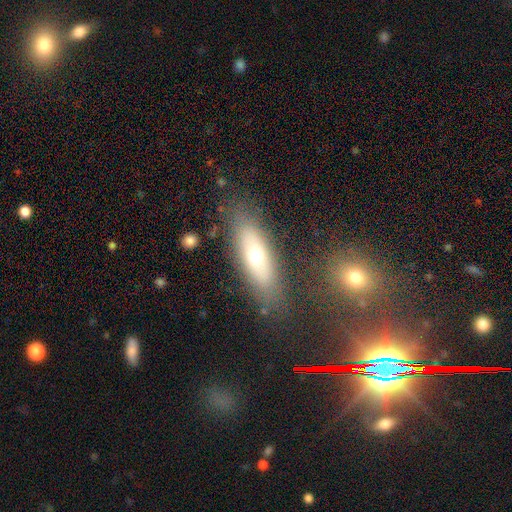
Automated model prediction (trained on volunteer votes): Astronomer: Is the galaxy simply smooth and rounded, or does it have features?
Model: smooth — 57% (runner-up: featured or disk, 34%).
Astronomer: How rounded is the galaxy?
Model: in between — 58% (runner-up: cigar-shaped, 38%).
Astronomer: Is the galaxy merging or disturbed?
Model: none — 80%.